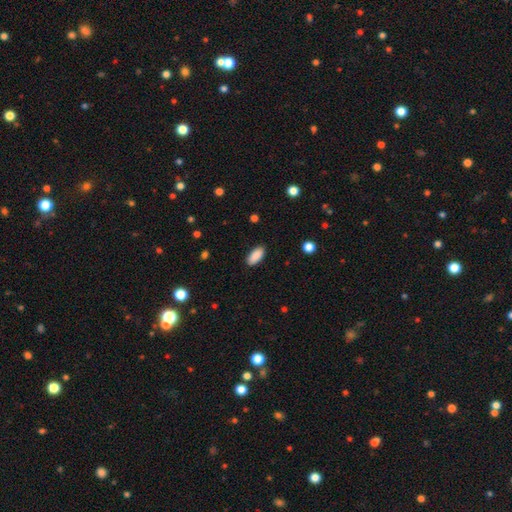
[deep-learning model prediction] Smooth or featured: smooth — 90% (star or artifact — 7%)
How rounded: in between — 89% (cigar-shaped — 9%)
Merging: none — 89% (minor disturbance — 8%)